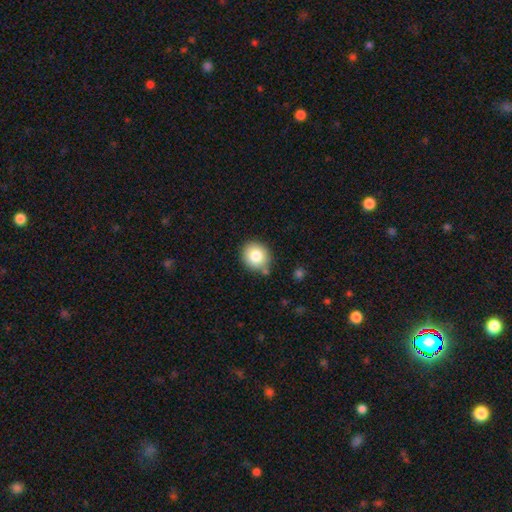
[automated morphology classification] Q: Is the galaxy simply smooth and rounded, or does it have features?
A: smooth — 81%.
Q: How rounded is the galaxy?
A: round — 81%.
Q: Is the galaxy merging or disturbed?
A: none — 81%.